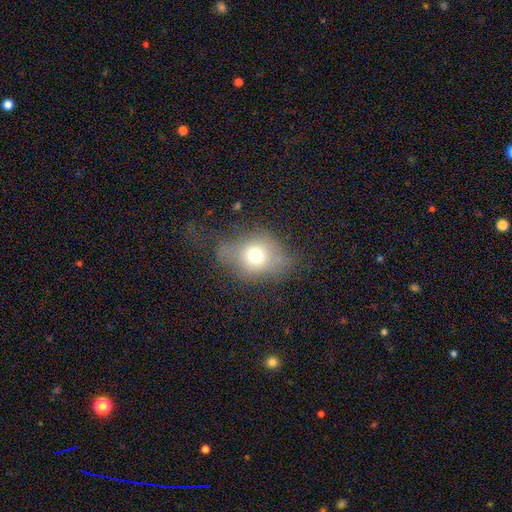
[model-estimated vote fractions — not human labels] Smooth or featured? smooth (66%)
How rounded? in between (53%)
Merging? none (41%)